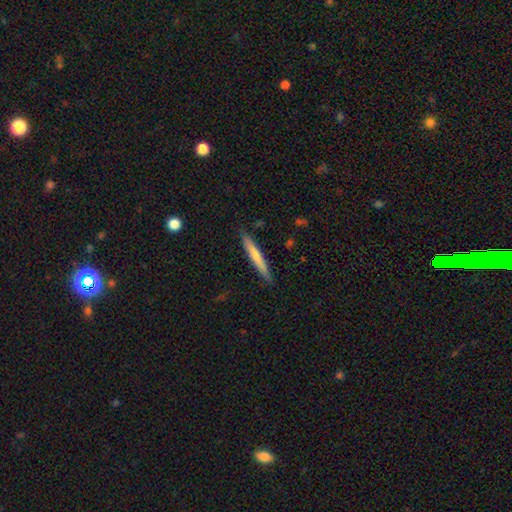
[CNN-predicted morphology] Overall: smooth (62%; featured or disk 33%). How rounded: cigar-shaped (96%). Merging: none (89%).